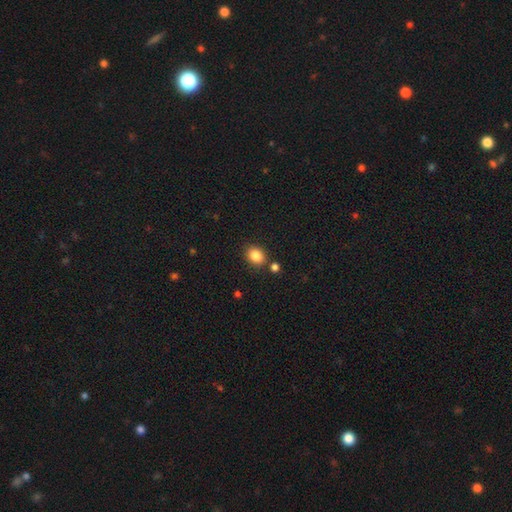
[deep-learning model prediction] Smooth or featured? smooth (86%)
How rounded? in between (61%)
Merging? none (79%)